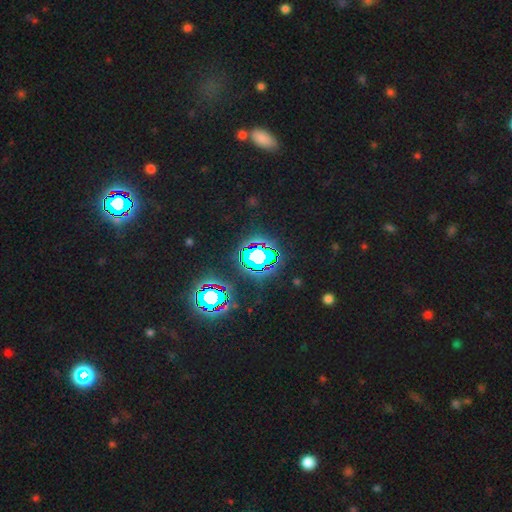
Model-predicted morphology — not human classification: Smooth or featured? Predicted: star or artifact (p=0.67).